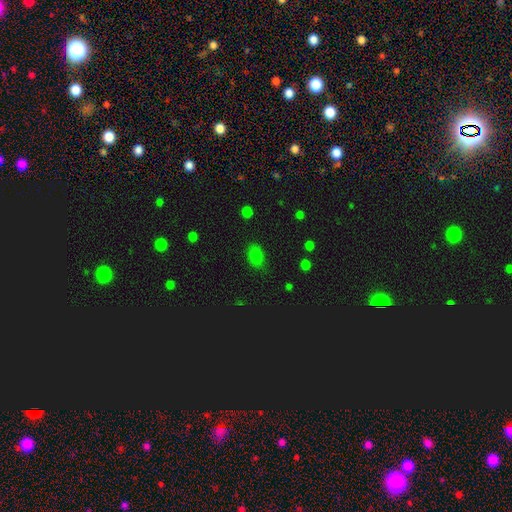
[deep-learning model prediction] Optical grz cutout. It shows a smooth galaxy with no disk features (79%) that is in between round and cigar-shaped (79%). Merging: none (80%).